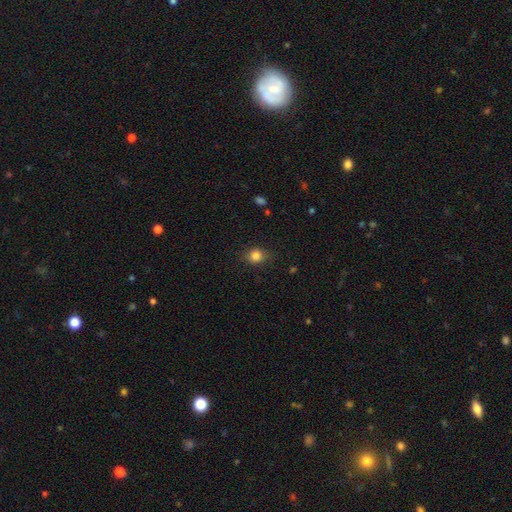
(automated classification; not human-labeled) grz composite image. It shows a smooth galaxy with no disk features (83%) that is round (66%). Merging: none (81%).